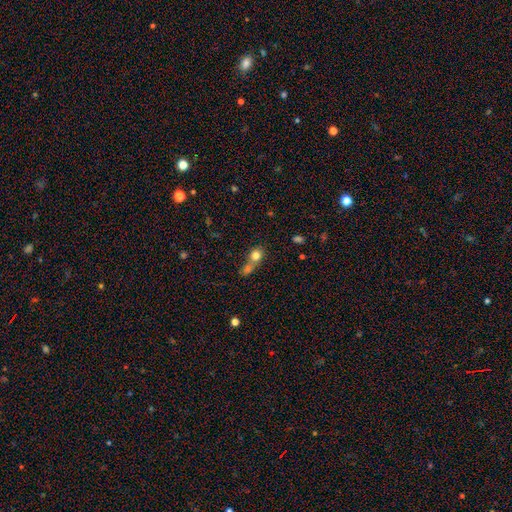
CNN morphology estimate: Overall: smooth (77%). How rounded: round (73%). Merging: merger (59%; none 29%).